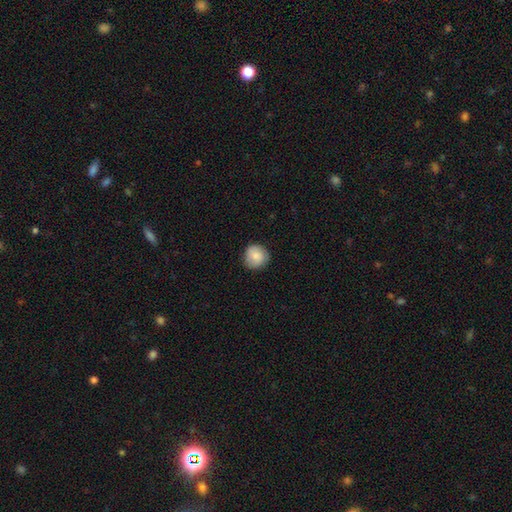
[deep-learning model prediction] Smooth or featured?
  - smooth: 82% *
  - featured or disk: 11%
  - star or artifact: 7%
How rounded?
  - round: 92% *
  - in between: 7%
  - cigar-shaped: 1%
Merging?
  - none: 84% *
  - minor disturbance: 13%
  - major disturbance: 3%
  - merger: 1%